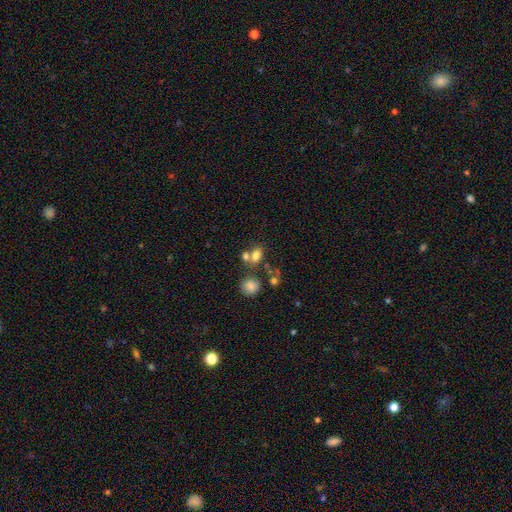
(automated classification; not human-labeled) smooth 76%, star or artifact 12%, featured or disk 12%. Down the decision tree: how rounded — in between (72%); merging — none (47%).